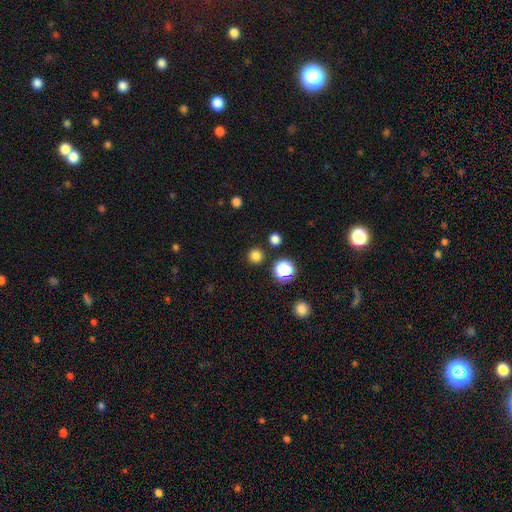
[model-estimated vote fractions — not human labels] Smooth or featured? Predicted: smooth (p=0.79). How rounded? Predicted: round (p=0.95). Merging? Predicted: none (p=0.89).